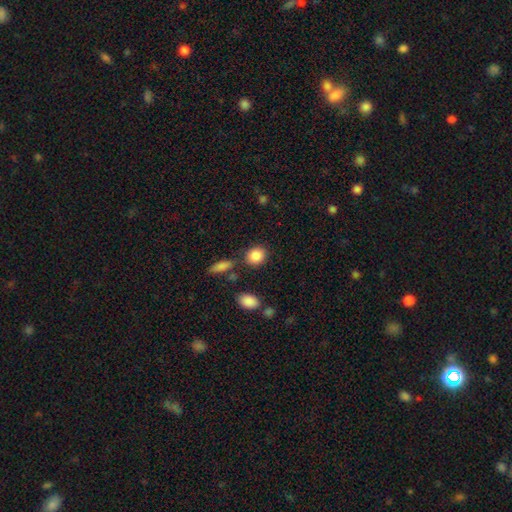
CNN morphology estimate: A smooth galaxy with no disk features (87%) that is round (65%). Merging: none (77%).